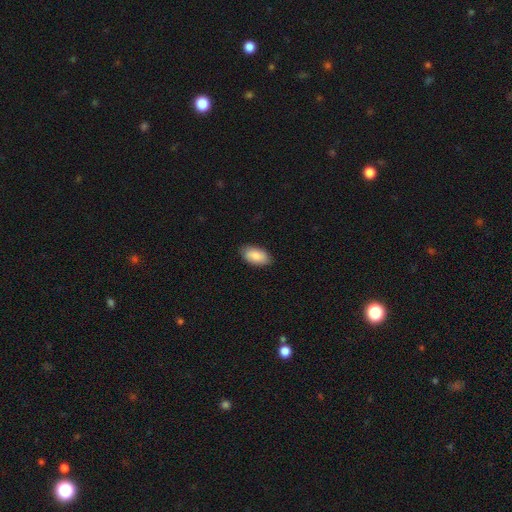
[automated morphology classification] The model was most divided on "merging": none: 84%, minor disturbance: 13%, major disturbance: 2%, merger: 1%. More confident: how rounded — in between (94%); smooth or featured — smooth (86%).